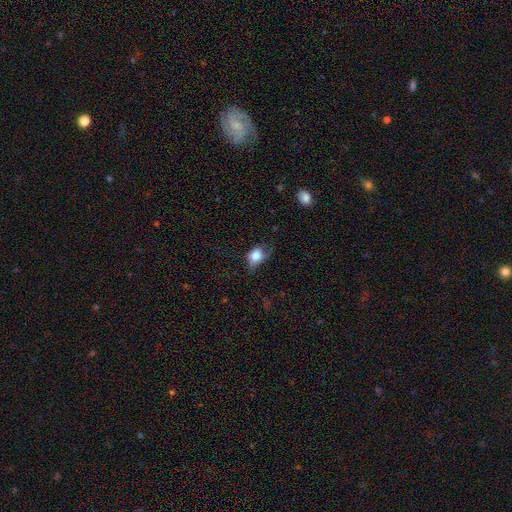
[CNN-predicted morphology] This appears to be a smooth galaxy with no disk features (76%) that is in between round and cigar-shaped (60%). Merging: none (37%).